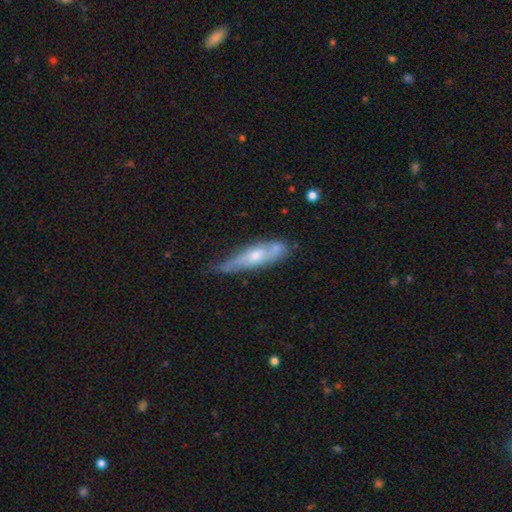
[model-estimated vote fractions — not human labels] Smooth or featured?
  - featured or disk: 54% *
  - smooth: 40%
  - star or artifact: 6%
Edge-on disk?
  - yes: 54% *
  - no: 46%
Merging?
  - none: 48% *
  - minor disturbance: 35%
  - major disturbance: 10%
  - merger: 7%